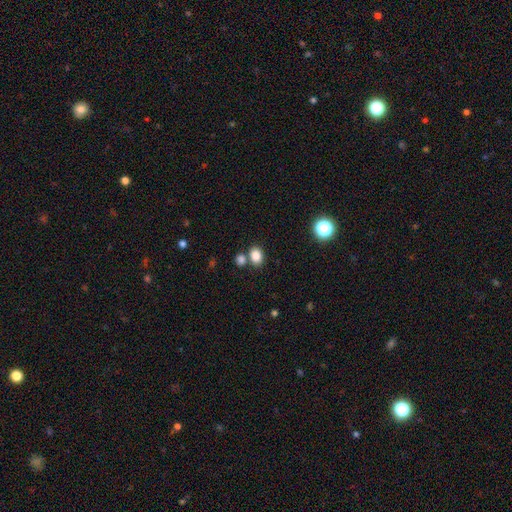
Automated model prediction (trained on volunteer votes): Q: Smooth or featured?
A: smooth (84%); runner-up: star or artifact (11%)
Q: How rounded?
A: in between (63%); runner-up: round (36%)
Q: Merging?
A: none (64%); runner-up: merger (22%)